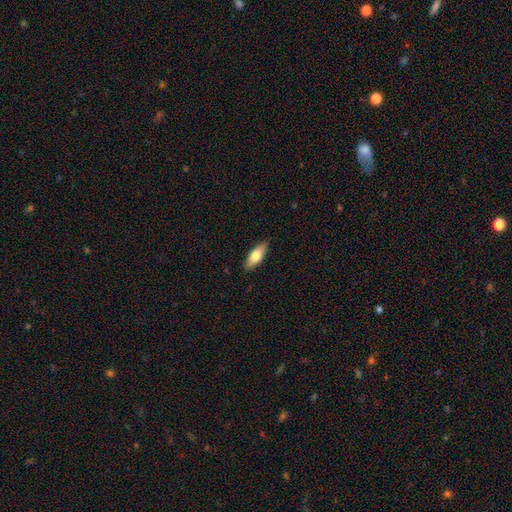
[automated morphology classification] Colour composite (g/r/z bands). It shows a smooth galaxy with no disk features (75%) that is in between round and cigar-shaped (74%). Merging: none (87%).